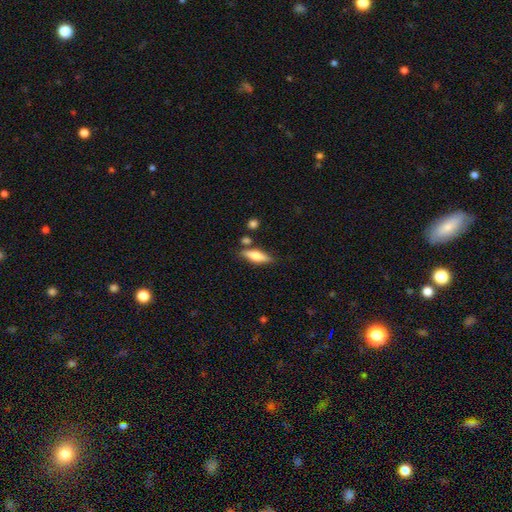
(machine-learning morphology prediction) The model was most divided on "how rounded": in between: 52%, cigar-shaped: 45%, round: 3%. More confident: merging — none (74%); smooth or featured — smooth (65%).